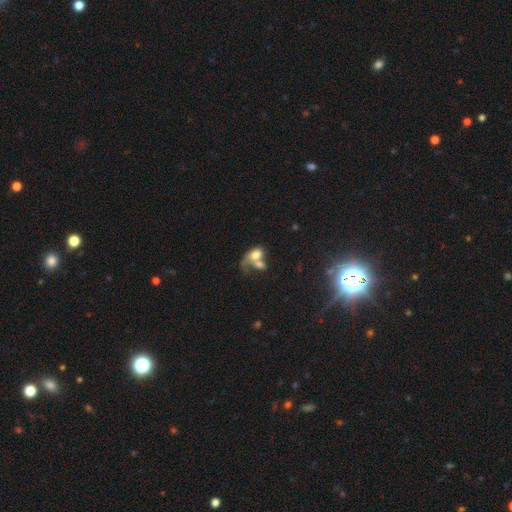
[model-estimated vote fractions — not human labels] smooth-or-featured: smooth: 62% | featured or disk: 27% | star or artifact: 11%
  how-rounded: in between: 76% | round: 21% | cigar-shaped: 3%
  merging: merger: 64% | major disturbance: 15% | none: 13% | minor disturbance: 8%